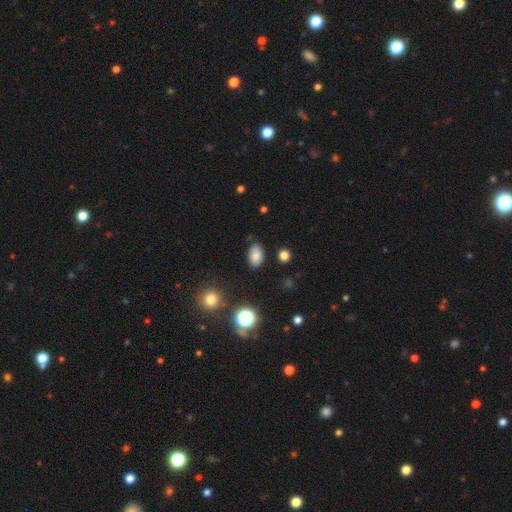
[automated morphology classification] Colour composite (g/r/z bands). It shows a smooth galaxy with no disk features (82%) that is in between round and cigar-shaped (88%). Merging: none (86%).